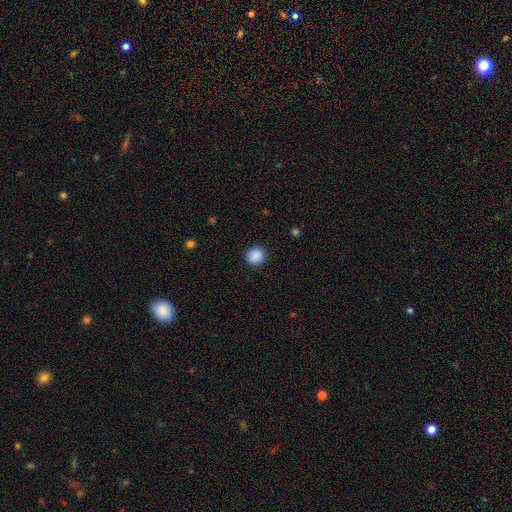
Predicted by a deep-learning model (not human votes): smooth_or_featured: smooth (p=0.88) [alt: star or artifact p=0.09]
how_rounded: round (p=0.89) [alt: in between p=0.10]
merging: none (p=0.90) [alt: minor disturbance p=0.07]